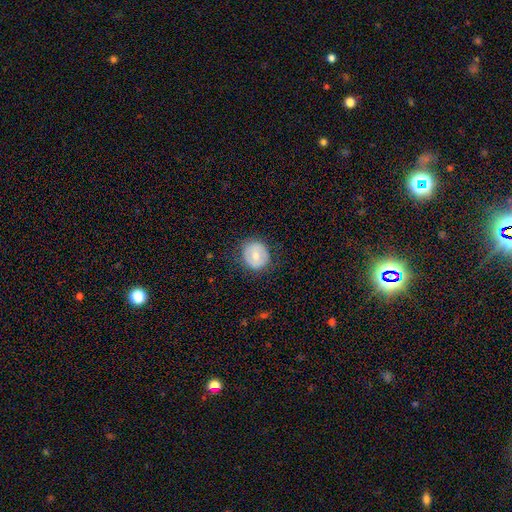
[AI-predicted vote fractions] Q: Smooth or featured?
A: smooth (61%); runner-up: featured or disk (32%)
Q: How rounded?
A: round (84%); runner-up: in between (15%)
Q: Merging?
A: none (79%); runner-up: minor disturbance (15%)